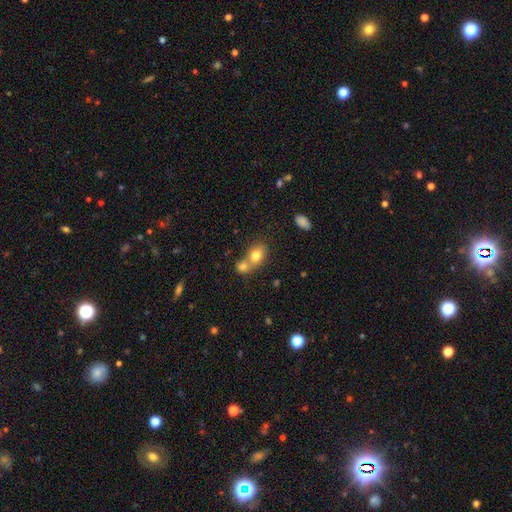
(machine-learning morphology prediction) Smooth or featured? Predicted: smooth (p=0.77). How rounded? Predicted: in between (p=0.61). Merging? Predicted: merger (p=0.59).